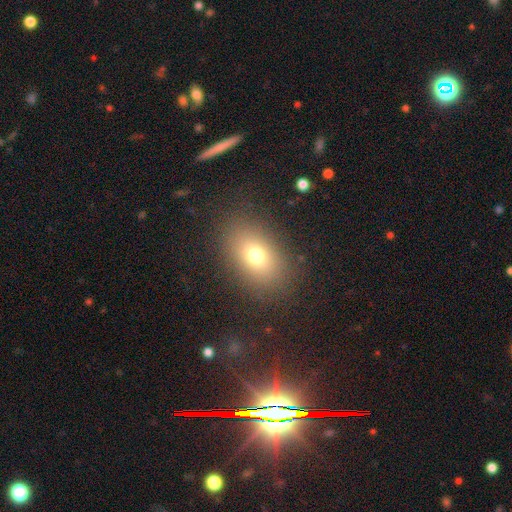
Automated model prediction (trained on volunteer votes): Smooth or featured: smooth — 72% (star or artifact — 15%)
How rounded: in between — 78% (round — 20%)
Merging: none — 84% (minor disturbance — 9%)